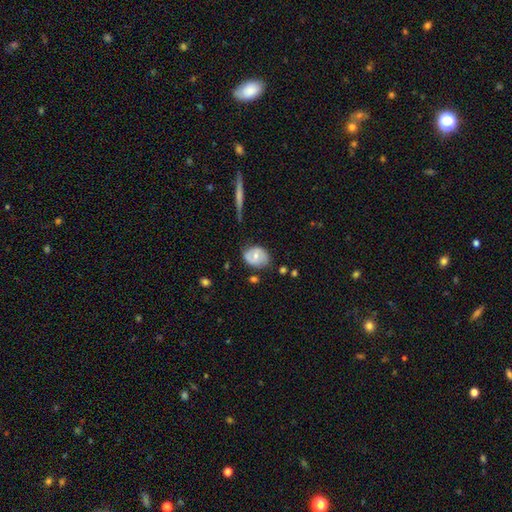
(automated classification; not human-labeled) A featured or disk galaxy (48%).

Vote fractions:
- Smooth or featured? featured or disk: 48% / smooth: 45% / star or artifact: 7%
- Merging? none: 68% / minor disturbance: 23% / major disturbance: 6% / merger: 3%